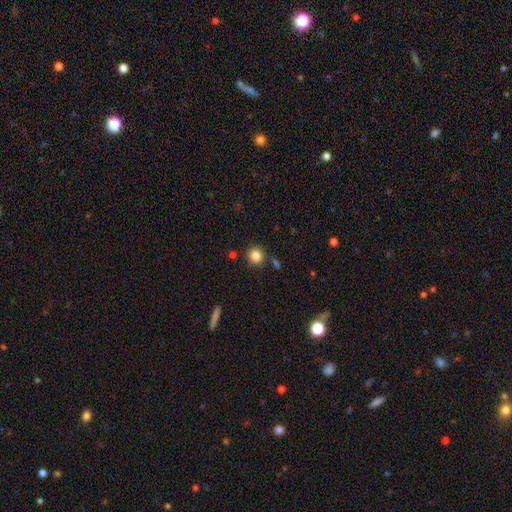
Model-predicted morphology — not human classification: A smooth galaxy with no disk features (84%) that is round (92%). Merging: none (84%).